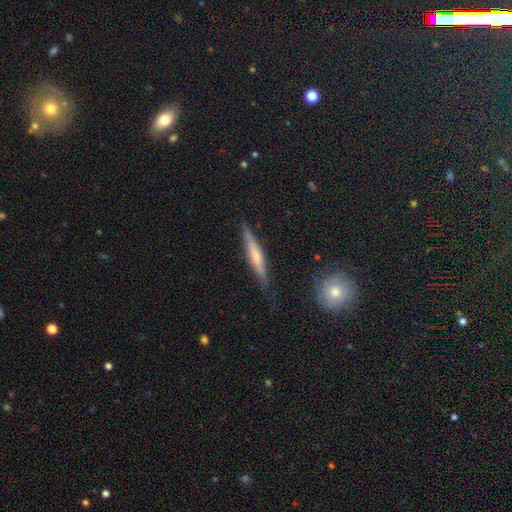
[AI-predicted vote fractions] Smooth or featured?
  - smooth: 49% *
  - featured or disk: 45%
  - star or artifact: 6%
Merging?
  - none: 81% *
  - minor disturbance: 15%
  - major disturbance: 3%
  - merger: 2%